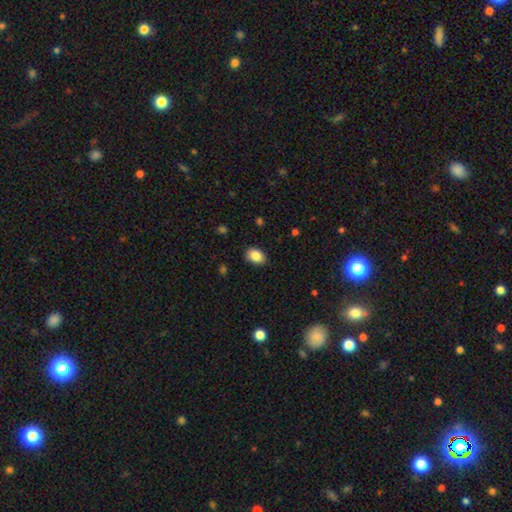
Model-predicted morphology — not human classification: A smooth galaxy with no disk features (86%) that is in between round and cigar-shaped (78%).

Vote fractions:
- Smooth or featured? smooth: 86% / star or artifact: 8% / featured or disk: 6%
- How rounded? in between: 78% / round: 21% / cigar-shaped: 1%
- Merging? none: 82% / minor disturbance: 15% / major disturbance: 3% / merger: 1%